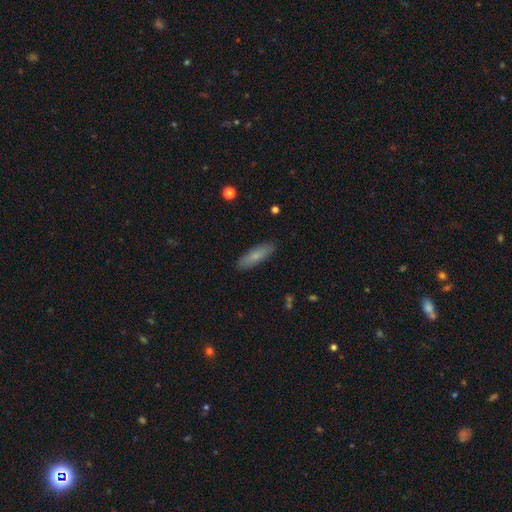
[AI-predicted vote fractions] This is likely a smooth galaxy (76%). How rounded: possibly cigar-shaped (57%). Merging: clearly none (88%).